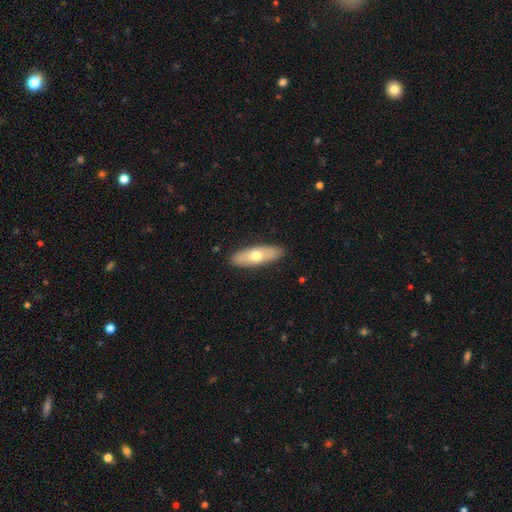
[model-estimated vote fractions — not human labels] The model was most divided on "smooth or featured": smooth: 60%, featured or disk: 35%, star or artifact: 5%. More confident: merging — none (89%); how rounded — in between (61%).